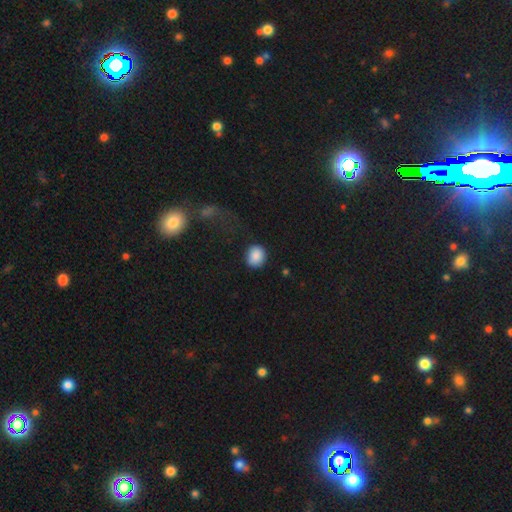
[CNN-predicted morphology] Overall: smooth (88%). How rounded: round (73%). Merging: none (82%).